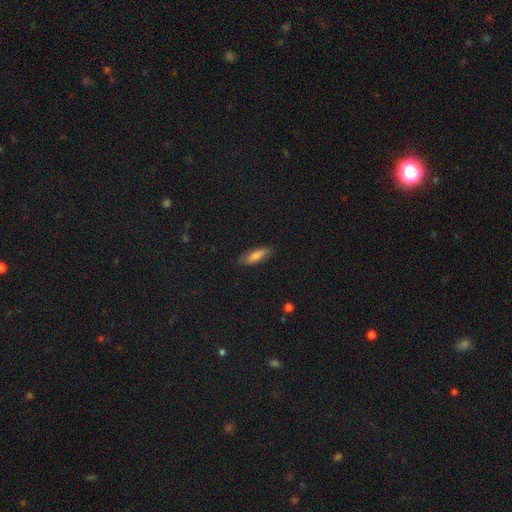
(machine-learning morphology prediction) smooth-or-featured: smooth: 72% | featured or disk: 20% | star or artifact: 9%
  how-rounded: cigar-shaped: 50% | in between: 47% | round: 2%
  merging: none: 82% | minor disturbance: 14% | major disturbance: 3% | merger: 1%